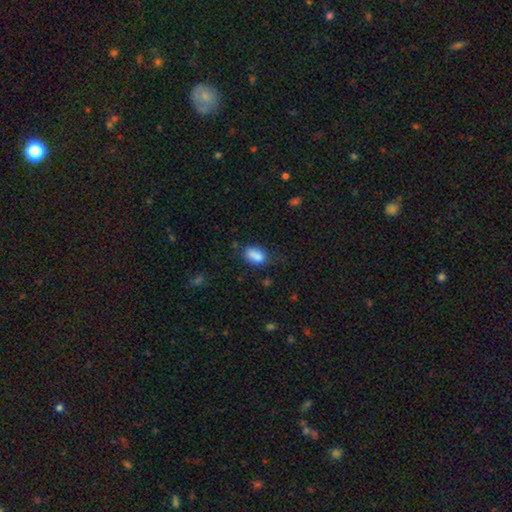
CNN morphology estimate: smooth-or-featured: smooth: 85% | star or artifact: 9% | featured or disk: 6%
  how-rounded: in between: 86% | round: 11% | cigar-shaped: 2%
  merging: none: 62% | minor disturbance: 26% | major disturbance: 8% | merger: 5%